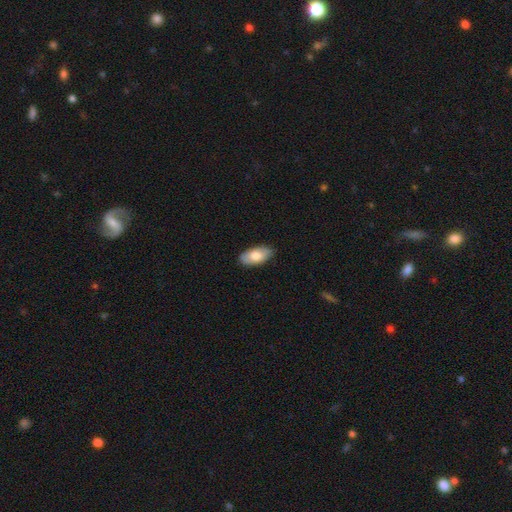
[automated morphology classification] type=smooth (77%); roundness=in between (93%); merging=none (86%).